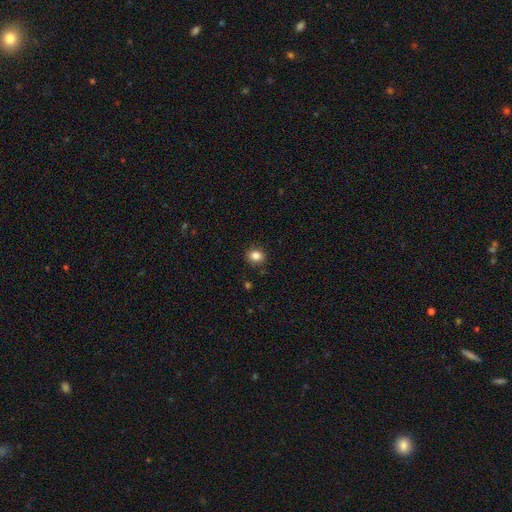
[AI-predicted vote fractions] A smooth galaxy with no disk features (84%) that is round (69%).

Vote fractions:
- Smooth or featured? smooth: 84% / star or artifact: 11% / featured or disk: 5%
- How rounded? round: 69% / in between: 30% / cigar-shaped: 1%
- Merging? none: 89% / minor disturbance: 8% / major disturbance: 2% / merger: 1%